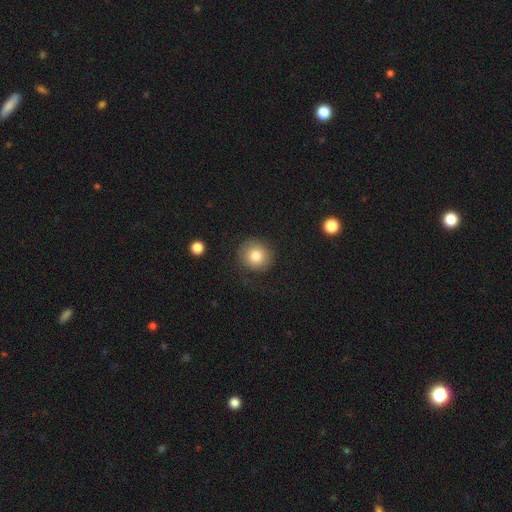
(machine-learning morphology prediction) Overall: smooth (80%). How rounded: round (91%). Merging: none (83%).